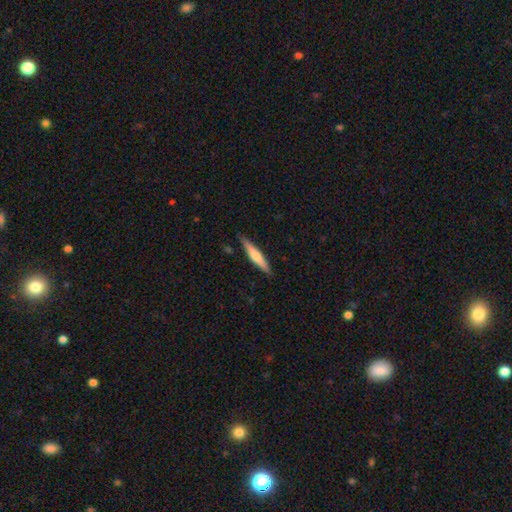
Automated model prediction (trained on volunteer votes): smooth 52%, featured or disk 42%, star or artifact 5%. Down the decision tree: how rounded — cigar-shaped (91%); merging — none (88%).